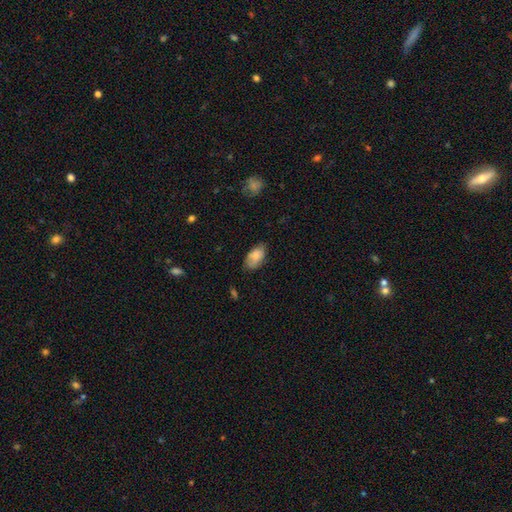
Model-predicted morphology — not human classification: smooth 82%, featured or disk 11%, star or artifact 7%. Down the decision tree: how rounded — in between (94%); merging — none (68%).